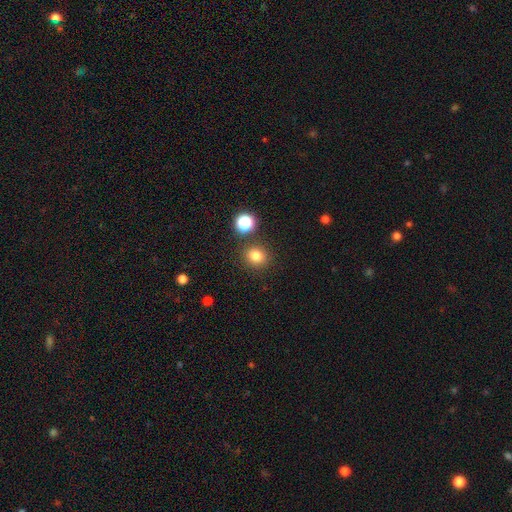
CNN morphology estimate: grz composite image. It shows a smooth galaxy with no disk features (79%) that is round (79%). Merging: none (84%).